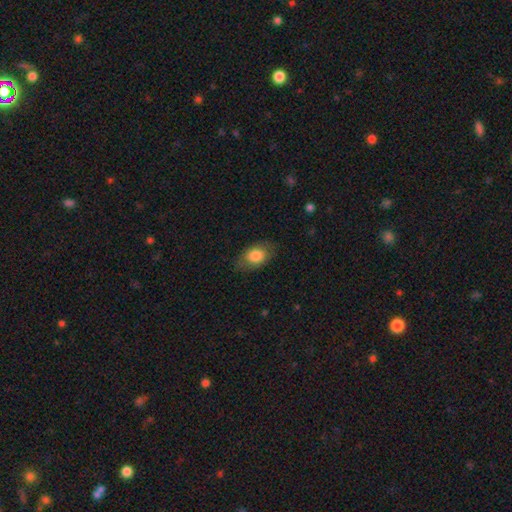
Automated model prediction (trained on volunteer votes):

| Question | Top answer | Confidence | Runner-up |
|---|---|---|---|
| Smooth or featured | smooth | 79% | featured or disk (15%) |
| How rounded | in between | 85% | round (13%) |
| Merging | none | 79% | minor disturbance (15%) |